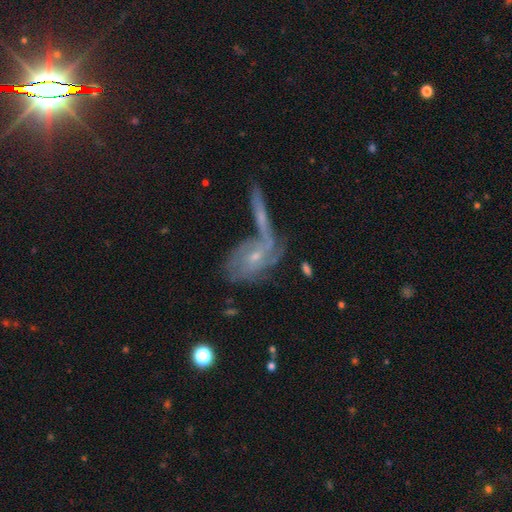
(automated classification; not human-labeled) featured or disk 75%, smooth 15%, star or artifact 10%. Down the decision tree: edge-on disk — no (89%); bar — no (62%); spiral arms — yes (89%); spiral arm count — can't tell (40%); spiral winding — tight (52%); bulge size — small (69%); merging — none (41%).